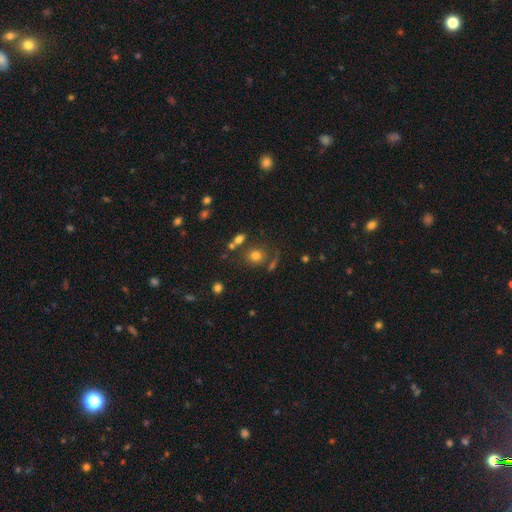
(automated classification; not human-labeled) Overall: smooth (73%). How rounded: round (72%). Merging: none (65%).